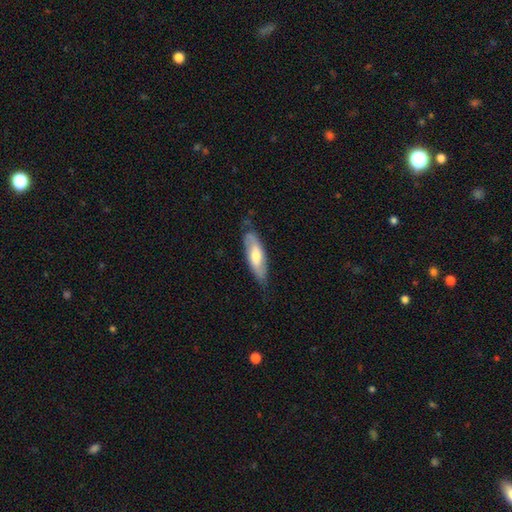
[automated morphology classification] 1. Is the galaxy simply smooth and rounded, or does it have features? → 50% smooth, 44% featured or disk, 6% star or artifact.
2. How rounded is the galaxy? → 55% in between, 43% cigar-shaped, 2% round.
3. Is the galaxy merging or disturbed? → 68% none, 25% minor disturbance, 6% major disturbance, 1% merger.